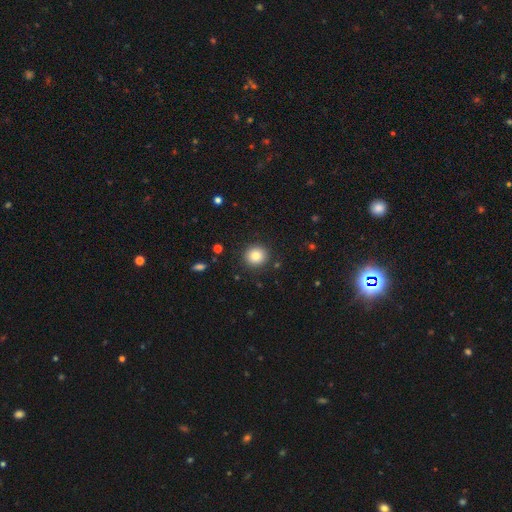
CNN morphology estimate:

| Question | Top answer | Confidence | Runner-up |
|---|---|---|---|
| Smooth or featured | smooth | 83% | star or artifact (10%) |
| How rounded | round | 92% | in between (8%) |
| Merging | none | 91% | minor disturbance (6%) |